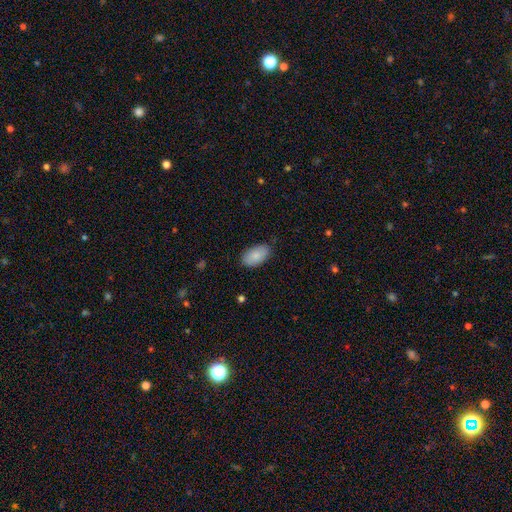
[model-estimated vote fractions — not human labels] Overall: smooth (84%). How rounded: in between (95%). Merging: none (83%).